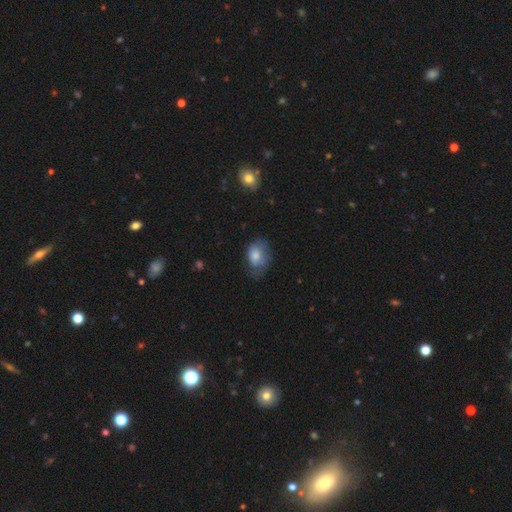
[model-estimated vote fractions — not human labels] smooth-or-featured: smooth: 74% | featured or disk: 18% | star or artifact: 8%
  how-rounded: in between: 77% | round: 21% | cigar-shaped: 1%
  merging: none: 47% | minor disturbance: 33% | major disturbance: 18% | merger: 2%